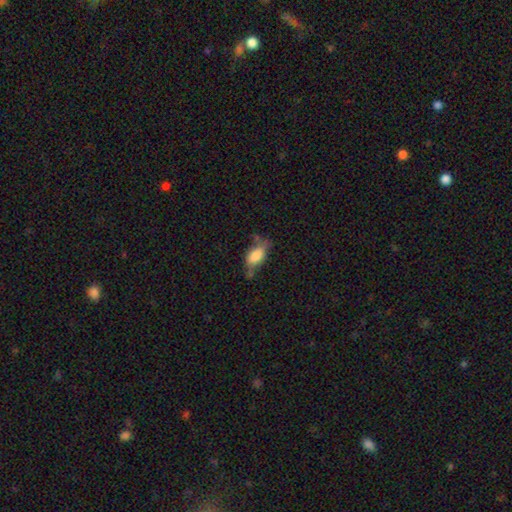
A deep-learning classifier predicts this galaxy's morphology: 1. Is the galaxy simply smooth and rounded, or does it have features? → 74% smooth, 18% featured or disk, 8% star or artifact.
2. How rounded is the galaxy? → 87% in between, 9% cigar-shaped, 5% round.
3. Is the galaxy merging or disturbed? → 42% none, 32% minor disturbance, 16% major disturbance, 10% merger.